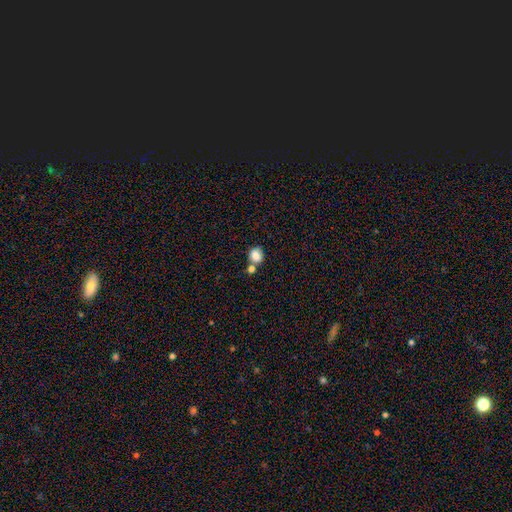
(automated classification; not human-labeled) Smooth or featured?
  - smooth: 83% *
  - star or artifact: 10%
  - featured or disk: 7%
How rounded?
  - round: 64% *
  - in between: 35%
  - cigar-shaped: 1%
Merging?
  - none: 54% *
  - merger: 31%
  - minor disturbance: 11%
  - major disturbance: 4%